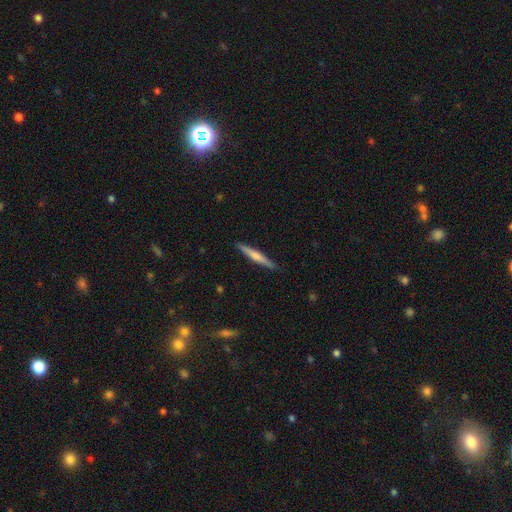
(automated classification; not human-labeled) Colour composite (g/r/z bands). It shows a featured or disk galaxy (51%) viewed edge-on (98%). Merging: none (91%).